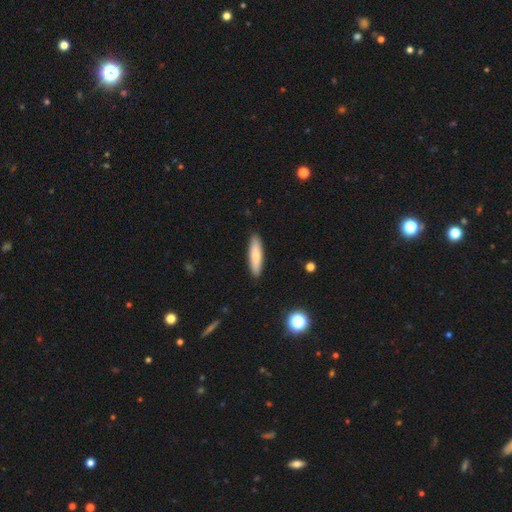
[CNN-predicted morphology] A smooth galaxy with no disk features (76%) that is cigar-shaped (73%).

Vote fractions:
- Smooth or featured? smooth: 76% / featured or disk: 19% / star or artifact: 6%
- How rounded? cigar-shaped: 73% / in between: 25% / round: 2%
- Merging? none: 90% / minor disturbance: 7% / major disturbance: 1% / merger: 1%